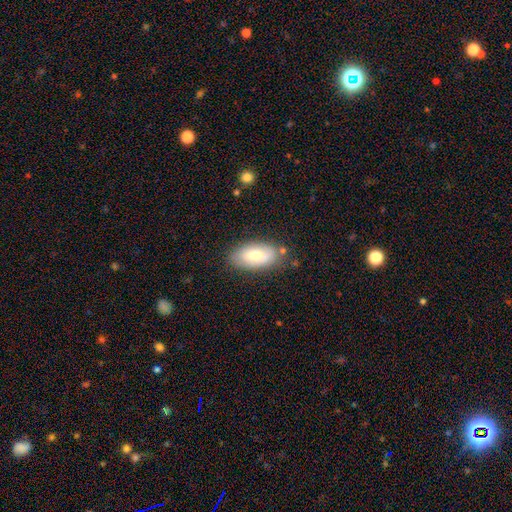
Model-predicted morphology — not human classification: Smooth or featured? Predicted: smooth (p=0.67). How rounded? Predicted: in between (p=0.92). Merging? Predicted: none (p=0.78).